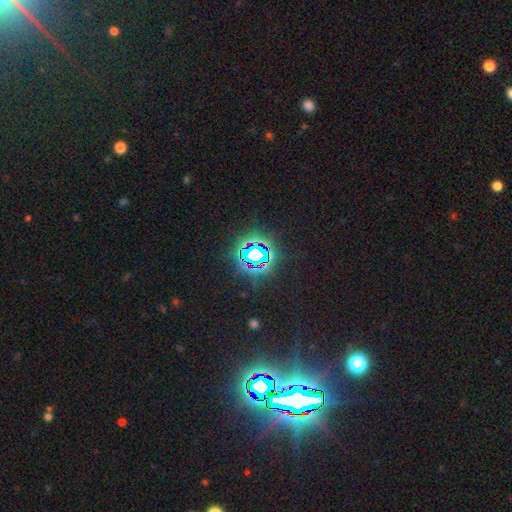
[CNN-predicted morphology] A star or artifact, not a galaxy (75%).